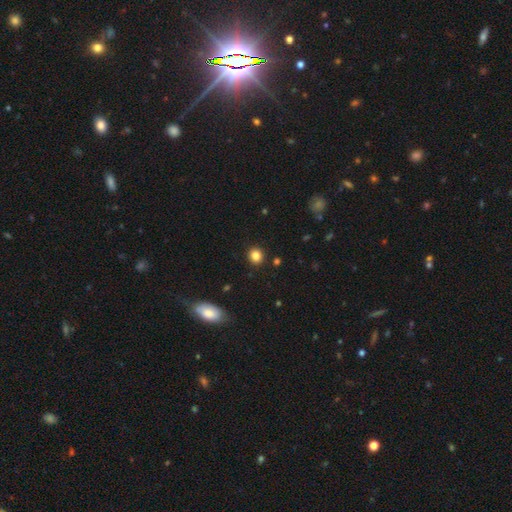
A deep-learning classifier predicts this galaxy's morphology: Smooth or featured?
  - smooth: 84% *
  - star or artifact: 11%
  - featured or disk: 5%
How rounded?
  - round: 84% *
  - in between: 15%
  - cigar-shaped: 1%
Merging?
  - none: 91% *
  - minor disturbance: 6%
  - major disturbance: 2%
  - merger: 1%